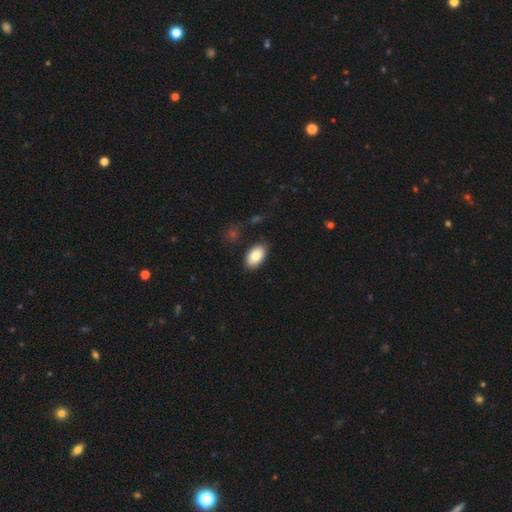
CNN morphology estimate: Smooth or featured? smooth (83%)
How rounded? in between (94%)
Merging? none (85%)